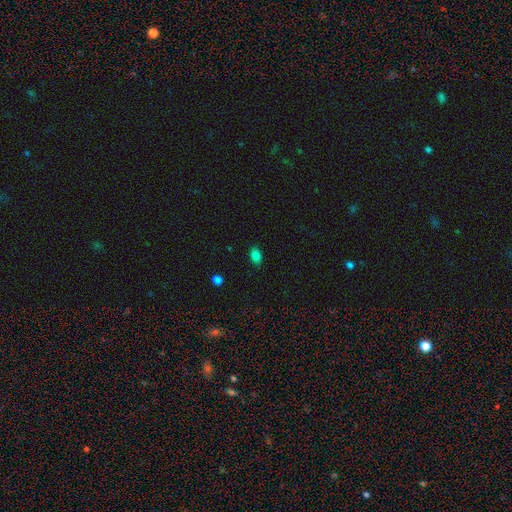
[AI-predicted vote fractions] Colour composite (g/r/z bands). It shows a smooth galaxy with no disk features (82%) that is in between round and cigar-shaped (85%). Merging: none (86%).